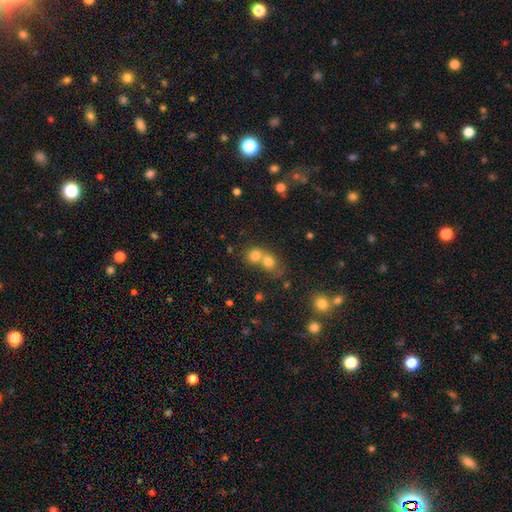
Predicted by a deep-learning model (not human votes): Smooth or featured? Predicted: smooth (p=0.76). How rounded? Predicted: round (p=0.79). Merging? Predicted: merger (p=0.62).